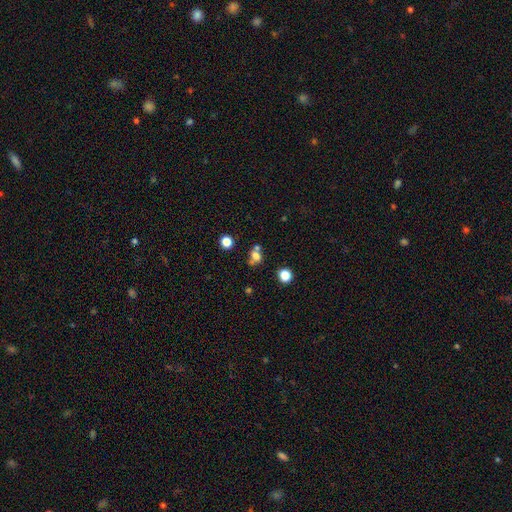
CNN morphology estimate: Smooth or featured: smooth — 67% (star or artifact — 19%)
How rounded: round — 59% (in between — 39%)
Merging: none — 47% (merger — 36%)